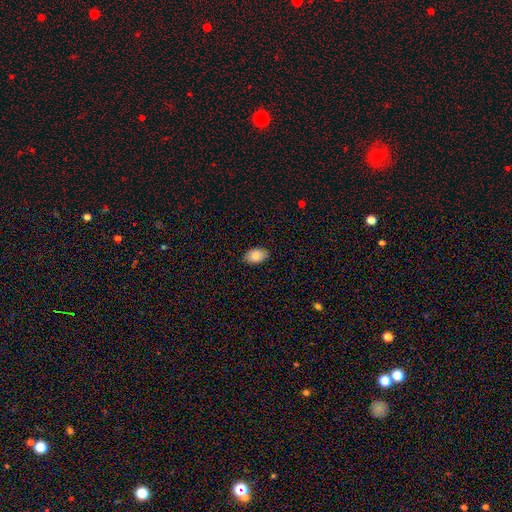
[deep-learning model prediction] smooth_or_featured: smooth (p=0.85) [alt: featured or disk p=0.09]
how_rounded: in between (p=0.92) [alt: round p=0.07]
merging: none (p=0.88) [alt: minor disturbance p=0.10]